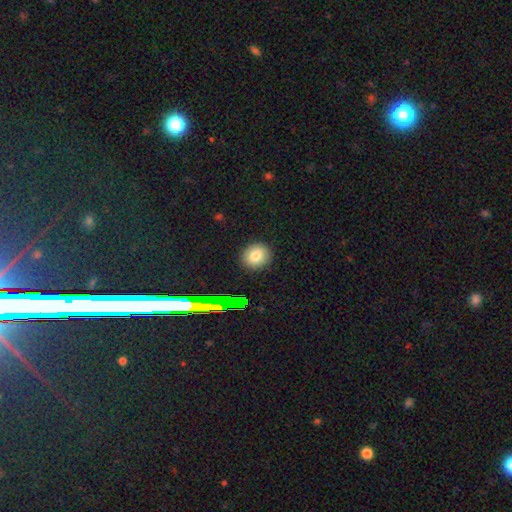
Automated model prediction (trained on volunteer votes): A smooth galaxy with no disk features (79%) that is round (72%). Merging: none (90%).